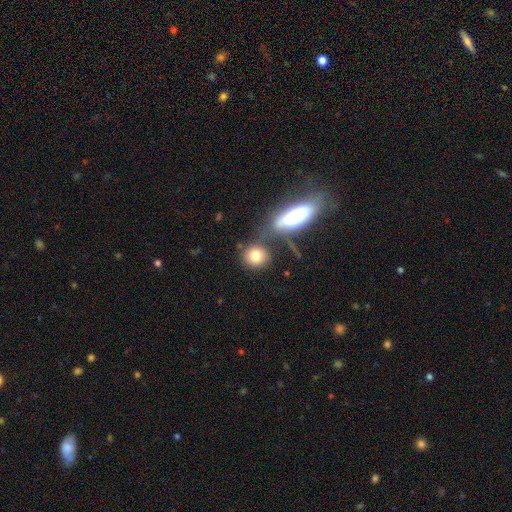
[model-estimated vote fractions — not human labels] Q: Smooth or featured?
A: smooth (79%); runner-up: featured or disk (12%)
Q: How rounded?
A: round (75%); runner-up: in between (22%)
Q: Merging?
A: none (62%); runner-up: merger (22%)